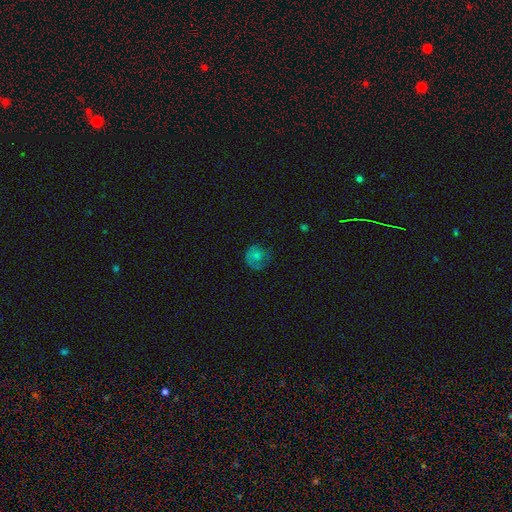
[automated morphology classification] The model was most divided on "smooth or featured": smooth: 64%, featured or disk: 26%, star or artifact: 10%. More confident: how rounded — round (85%); merging — none (61%).